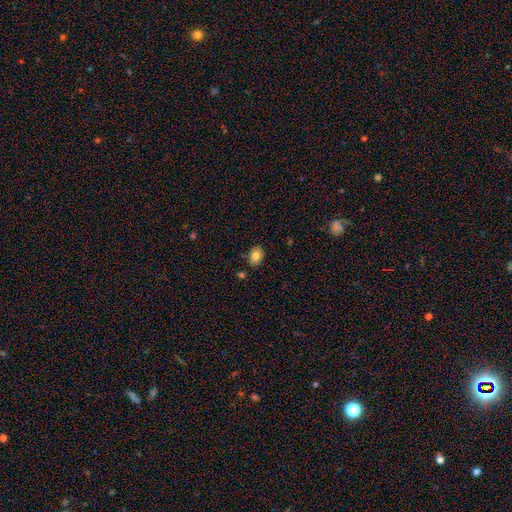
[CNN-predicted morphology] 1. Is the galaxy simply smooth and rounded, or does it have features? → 82% smooth, 9% featured or disk, 9% star or artifact.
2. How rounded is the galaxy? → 73% in between, 26% round, 1% cigar-shaped.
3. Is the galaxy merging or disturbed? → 82% none, 12% minor disturbance, 4% merger, 2% major disturbance.